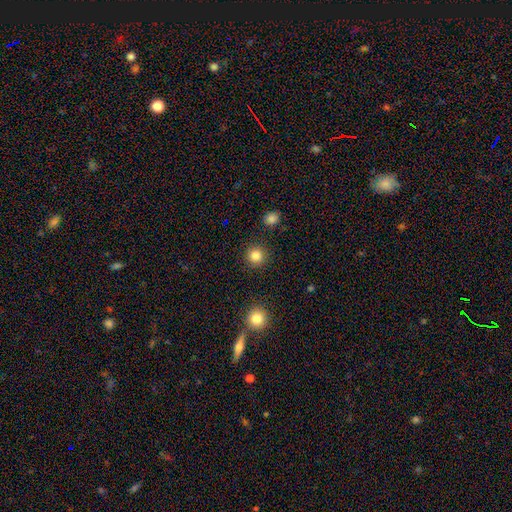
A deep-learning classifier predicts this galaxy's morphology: This appears to be a smooth galaxy with no disk features (84%) that is round (94%). Merging: none (91%).